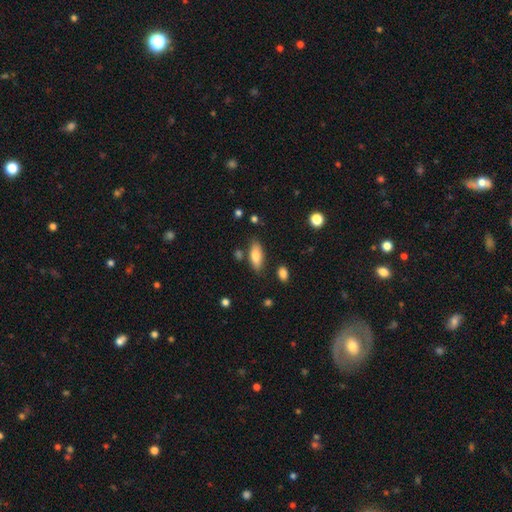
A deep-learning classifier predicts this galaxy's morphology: smooth-or-featured: smooth: 81% | featured or disk: 13% | star or artifact: 7%
  how-rounded: in between: 78% | cigar-shaped: 20% | round: 2%
  merging: none: 79% | minor disturbance: 13% | merger: 5% | major disturbance: 3%